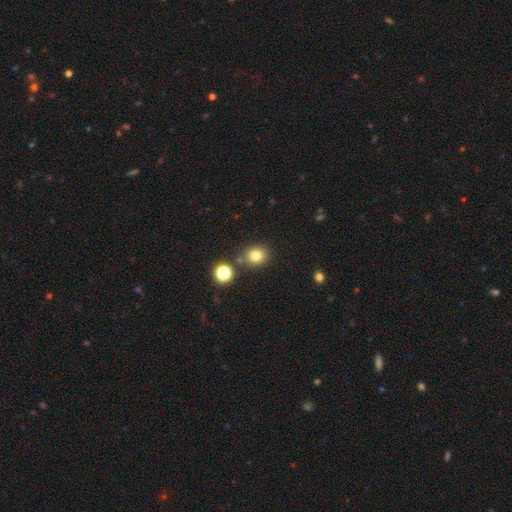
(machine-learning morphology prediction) Smooth or featured?
  - smooth: 78% *
  - star or artifact: 15%
  - featured or disk: 7%
How rounded?
  - round: 82% *
  - in between: 17%
  - cigar-shaped: 1%
Merging?
  - none: 81% *
  - minor disturbance: 8%
  - merger: 8%
  - major disturbance: 3%